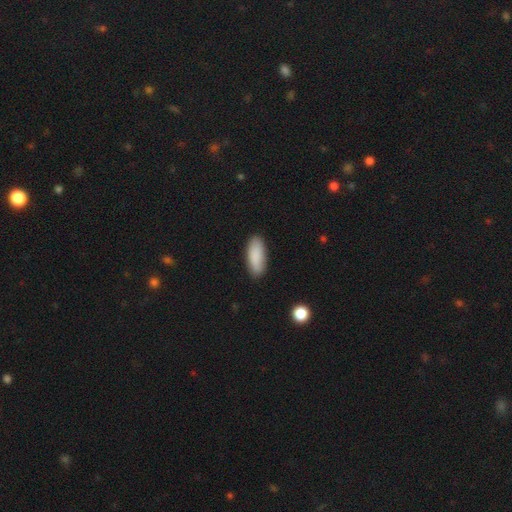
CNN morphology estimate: This is clearly a smooth galaxy (89%). How rounded: clearly in between (81%). Merging: clearly none (86%).